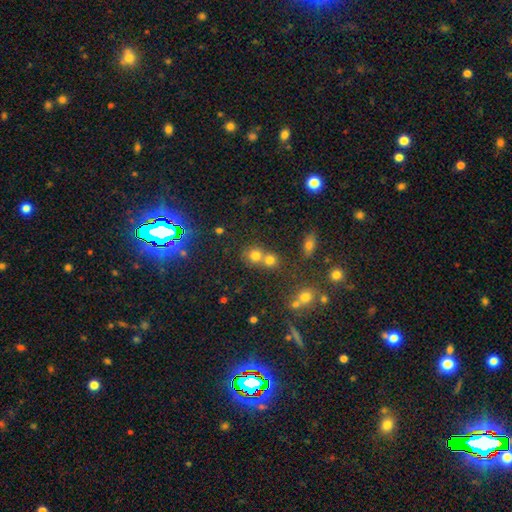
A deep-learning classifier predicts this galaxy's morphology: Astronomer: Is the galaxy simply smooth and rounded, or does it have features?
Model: smooth — 69%.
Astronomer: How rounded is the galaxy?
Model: round — 82%.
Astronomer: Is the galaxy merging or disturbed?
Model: merger — 45%, tied with none at 45%.